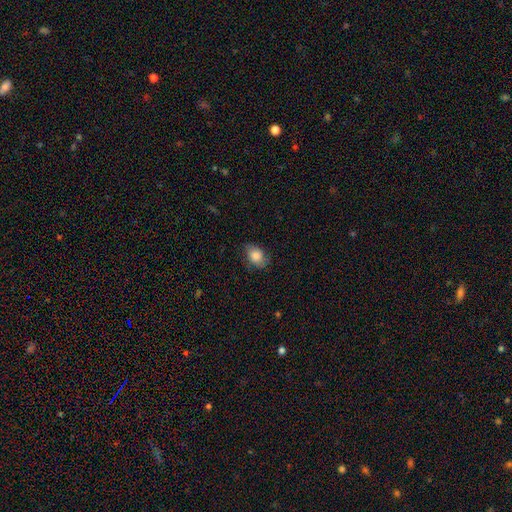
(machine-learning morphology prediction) Q: Smooth or featured?
A: smooth (79%); runner-up: featured or disk (13%)
Q: How rounded?
A: in between (71%); runner-up: round (28%)
Q: Merging?
A: none (72%); runner-up: minor disturbance (21%)